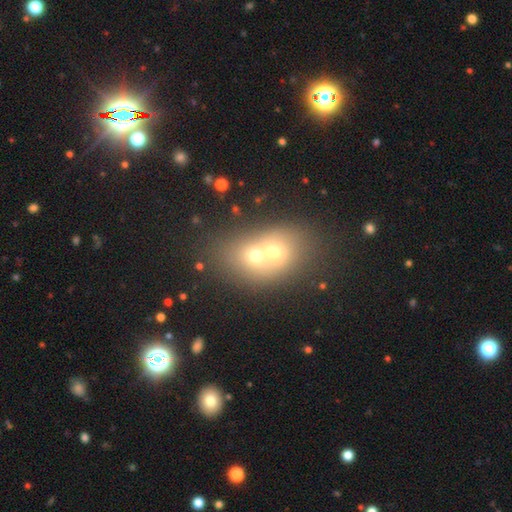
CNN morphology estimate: This is possibly a smooth galaxy (56%). How rounded: possibly in between (52%). Merging: likely merger (72%).